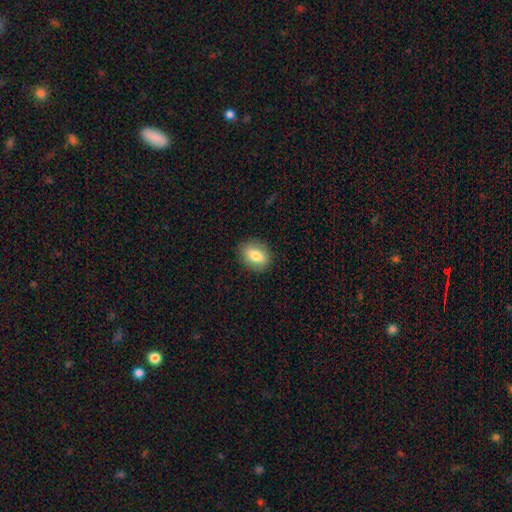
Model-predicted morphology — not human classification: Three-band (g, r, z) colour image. It shows a smooth galaxy with no disk features (79%) that is in between round and cigar-shaped (67%). Merging: none (87%).